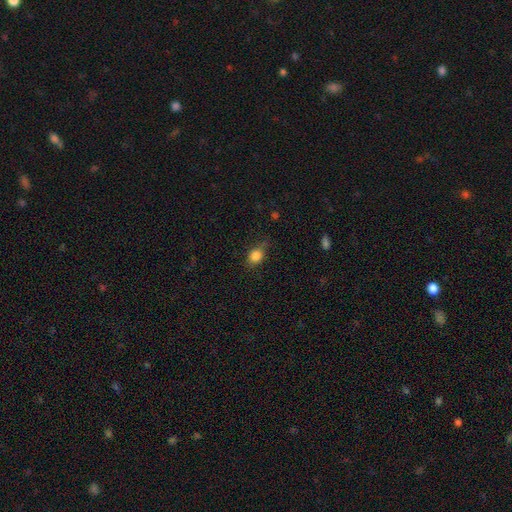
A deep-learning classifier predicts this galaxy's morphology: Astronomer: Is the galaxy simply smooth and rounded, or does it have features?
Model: smooth — 84%.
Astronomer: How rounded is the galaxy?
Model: round — 53% (runner-up: in between, 45%).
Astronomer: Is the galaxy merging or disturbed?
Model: none — 63%.